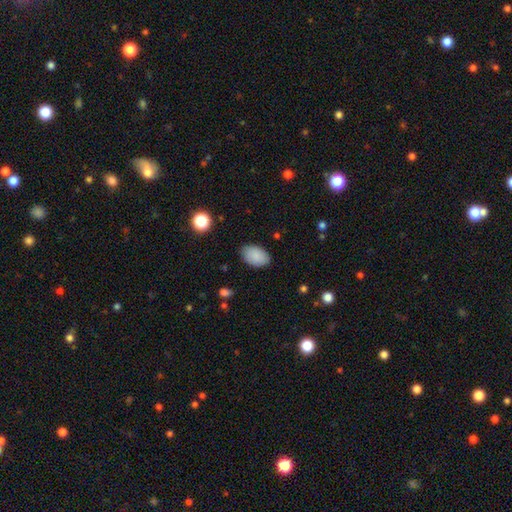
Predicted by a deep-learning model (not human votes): This appears to be a smooth galaxy with no disk features (87%) that is in between round and cigar-shaped (89%). Merging: none (83%).